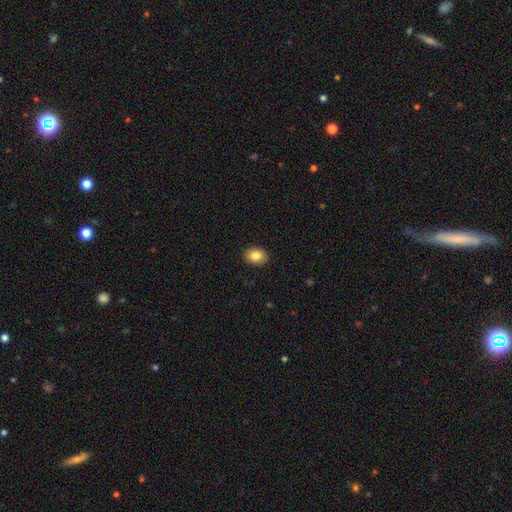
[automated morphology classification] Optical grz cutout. It shows a smooth galaxy with no disk features (85%) that is in between round and cigar-shaped (70%). Merging: none (90%).